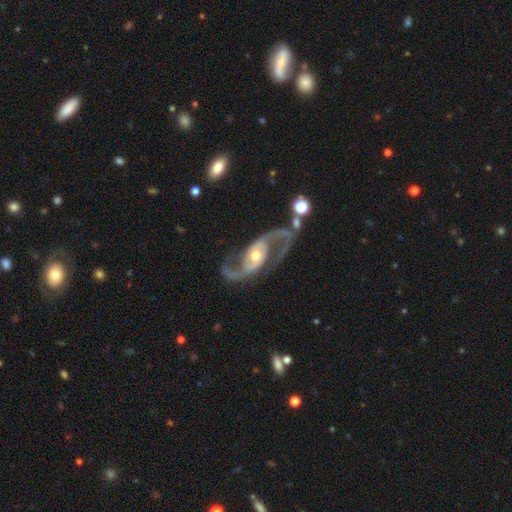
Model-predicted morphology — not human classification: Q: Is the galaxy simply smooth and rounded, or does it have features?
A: featured or disk — 92%.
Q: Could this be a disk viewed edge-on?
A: no — 97%.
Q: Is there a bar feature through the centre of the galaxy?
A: no — 48%.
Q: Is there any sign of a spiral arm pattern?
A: yes — 98%.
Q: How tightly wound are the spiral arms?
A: medium — 46%.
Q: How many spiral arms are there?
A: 2 — 94%.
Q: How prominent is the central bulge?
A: moderate — 61%.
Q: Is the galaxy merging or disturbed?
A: none — 73%.